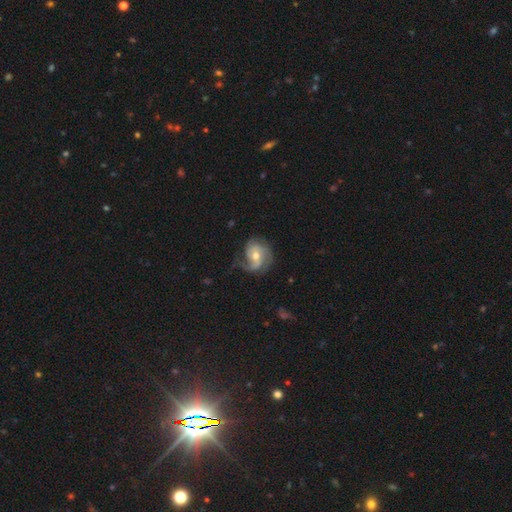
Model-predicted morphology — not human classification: The model was most divided on "spiral winding": medium: 42%, tight: 34%, loose: 24%. Remaining: edge-on disk — no (98%); spiral arms — yes (93%); smooth or featured — featured or disk (78%); bulge size — moderate (69%); bar — no (60%); merging — none (56%); spiral arm count — 2 (45%).